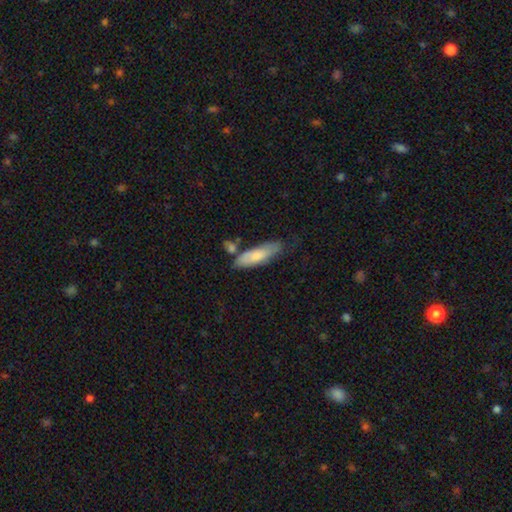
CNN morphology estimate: Smooth or featured? smooth (75%)
How rounded? in between (50%)
Merging? none (60%)